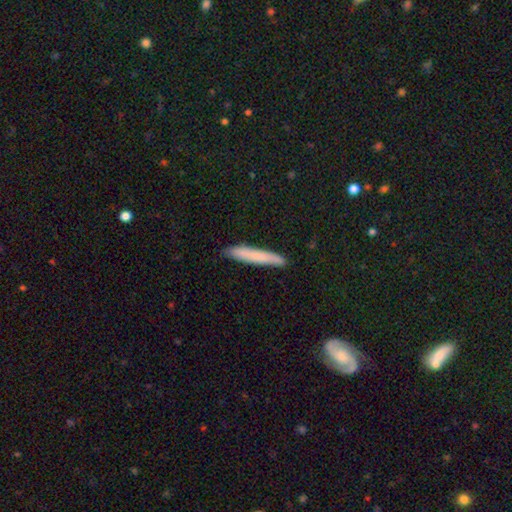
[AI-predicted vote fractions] smooth 74%, featured or disk 19%, star or artifact 6%. Down the decision tree: how rounded — cigar-shaped (95%); merging — none (85%).